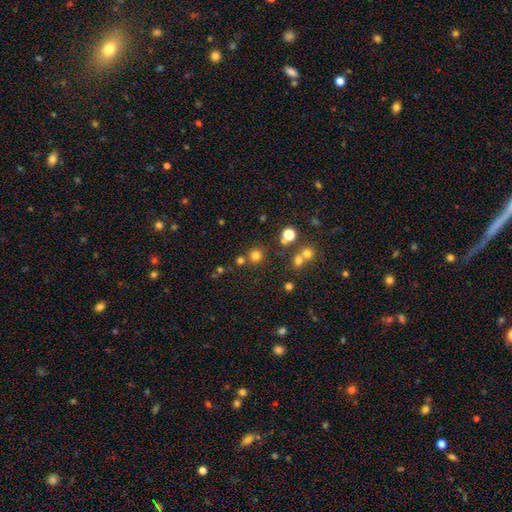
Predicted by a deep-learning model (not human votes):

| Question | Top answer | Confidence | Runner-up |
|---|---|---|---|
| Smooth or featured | smooth | 74% | star or artifact (20%) |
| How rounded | round | 92% | in between (7%) |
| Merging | none | 77% | merger (13%) |